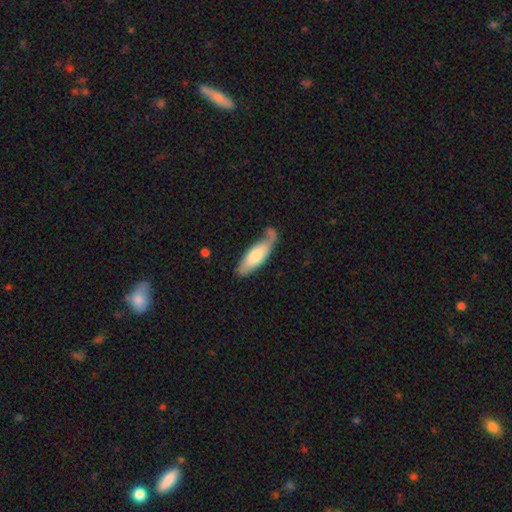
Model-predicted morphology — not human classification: smooth 69%, featured or disk 26%, star or artifact 5%. Down the decision tree: how rounded — in between (54%); merging — none (50%).